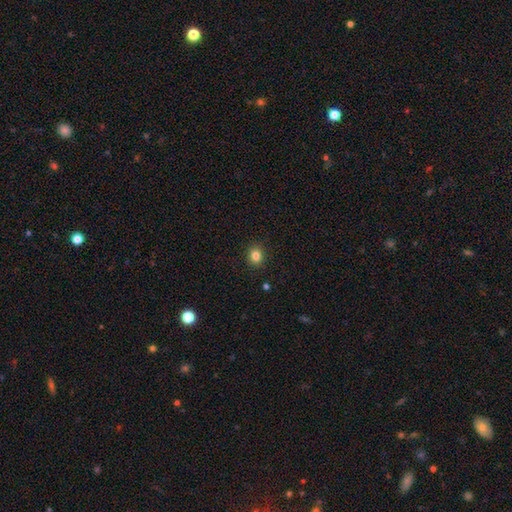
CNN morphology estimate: This appears to be a smooth galaxy with no disk features (83%) that is round (68%). Merging: none (90%).